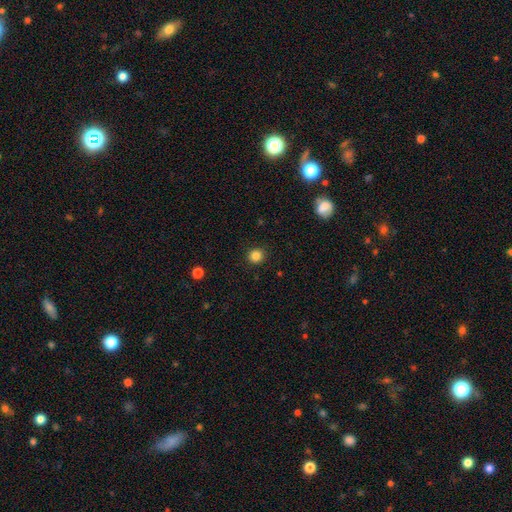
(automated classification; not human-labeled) Overall: smooth (84%). How rounded: round (92%). Merging: none (92%).